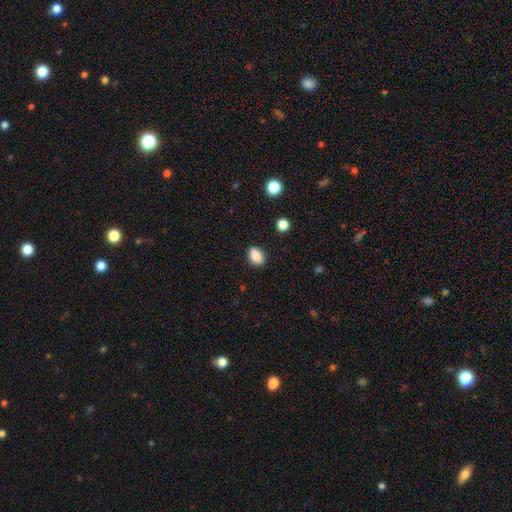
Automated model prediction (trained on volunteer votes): This is clearly a smooth galaxy (88%). How rounded: clearly in between (82%). Merging: clearly none (88%).